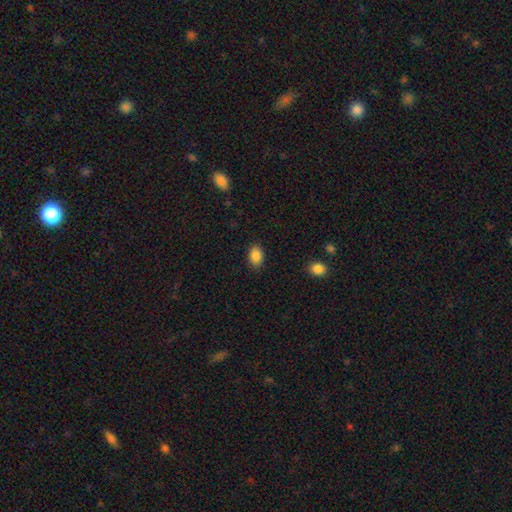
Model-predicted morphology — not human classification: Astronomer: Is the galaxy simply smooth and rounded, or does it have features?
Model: smooth — 87%.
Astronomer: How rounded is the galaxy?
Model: in between — 82%.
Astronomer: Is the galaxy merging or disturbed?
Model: none — 86%.